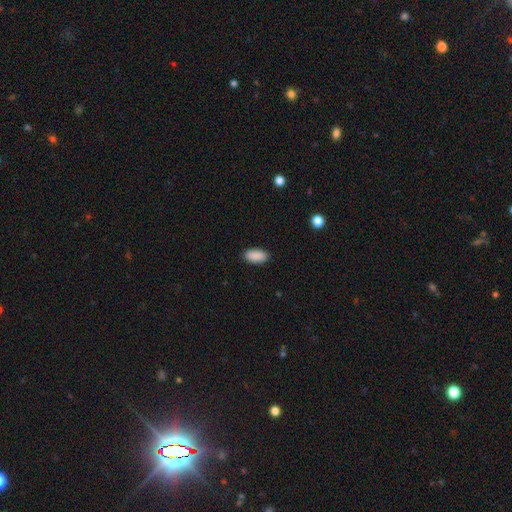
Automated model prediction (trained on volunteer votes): Smooth or featured?
  - smooth: 90% *
  - star or artifact: 7%
  - featured or disk: 3%
How rounded?
  - in between: 92% *
  - cigar-shaped: 6%
  - round: 2%
Merging?
  - none: 88% *
  - minor disturbance: 9%
  - major disturbance: 2%
  - merger: 1%